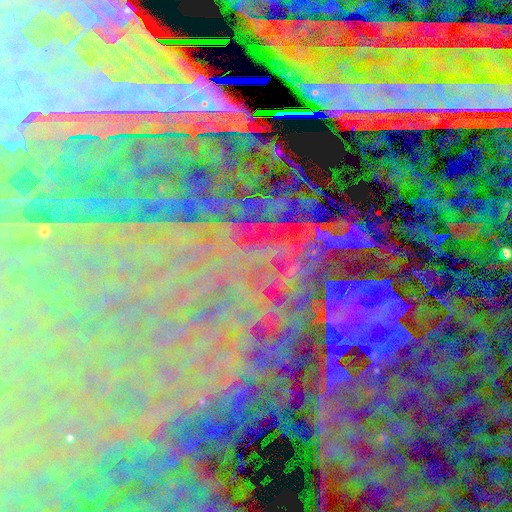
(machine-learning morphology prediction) This is clearly a star or artifact rather than a galaxy (88%).